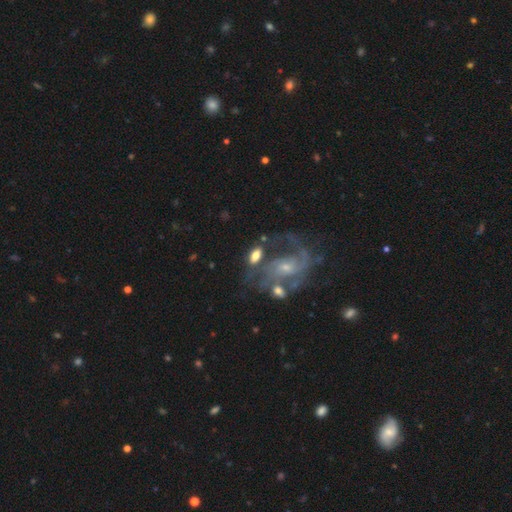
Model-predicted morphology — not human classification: This appears to be a smooth galaxy with no disk features (49%). Merging: none (43%).